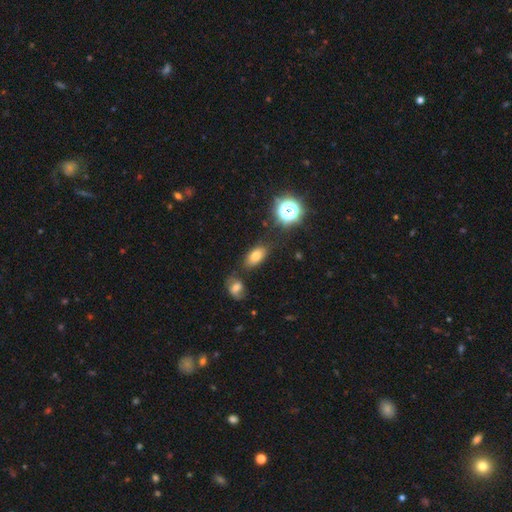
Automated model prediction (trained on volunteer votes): Smooth or featured: smooth — 72% (star or artifact — 16%)
How rounded: in between — 86% (round — 10%)
Merging: none — 76% (minor disturbance — 13%)